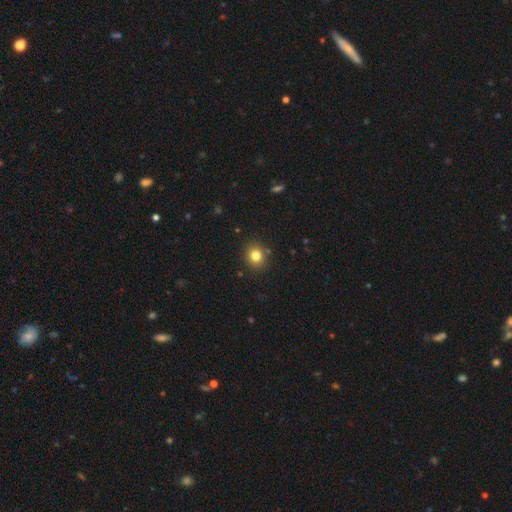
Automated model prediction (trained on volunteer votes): Smooth or featured: smooth — 80% (star or artifact — 13%)
How rounded: round — 80% (in between — 19%)
Merging: none — 87% (minor disturbance — 8%)